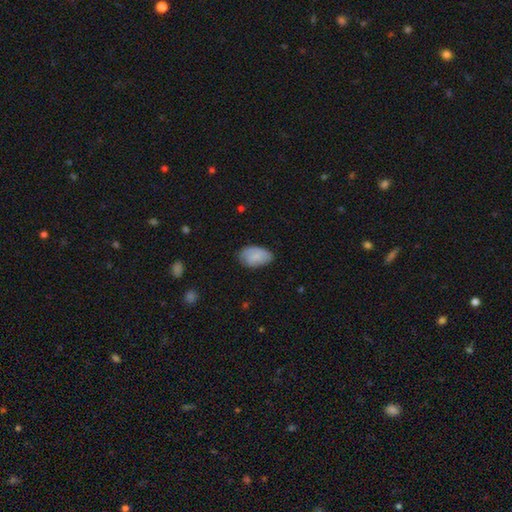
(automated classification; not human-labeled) This appears to be a smooth galaxy with no disk features (73%) that is in between round and cigar-shaped (92%). Merging: none (67%).